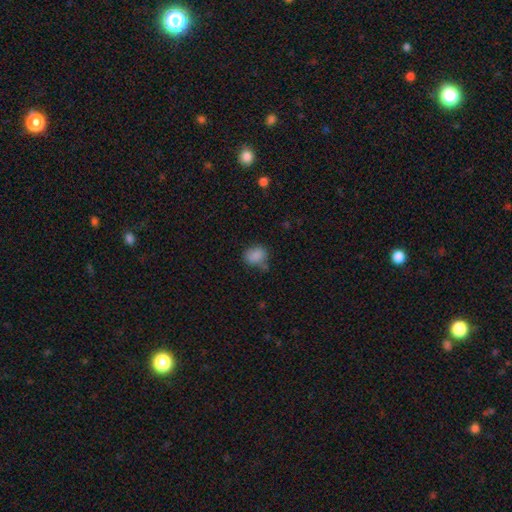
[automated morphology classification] The model was most divided on "how rounded": in between: 53%, round: 46%, cigar-shaped: 1%. More confident: smooth or featured — smooth (84%); merging — none (62%).